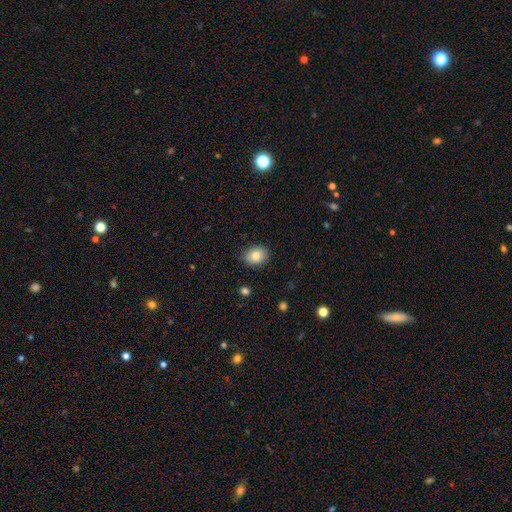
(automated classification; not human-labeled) A smooth galaxy with no disk features (82%) that is in between round and cigar-shaped (54%).

Vote fractions:
- Smooth or featured? smooth: 82% / featured or disk: 10% / star or artifact: 9%
- How rounded? in between: 54% / round: 45% / cigar-shaped: 1%
- Merging? none: 81% / minor disturbance: 15% / major disturbance: 3% / merger: 1%